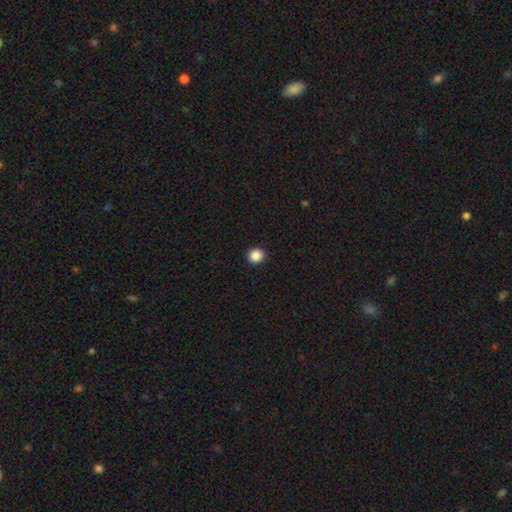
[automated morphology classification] A smooth galaxy with no disk features (88%) that is round (93%).

Vote fractions:
- Smooth or featured? smooth: 88% / star or artifact: 10% / featured or disk: 3%
- How rounded? round: 93% / in between: 7% / cigar-shaped: 1%
- Merging? none: 93% / minor disturbance: 4% / major disturbance: 1% / merger: 1%